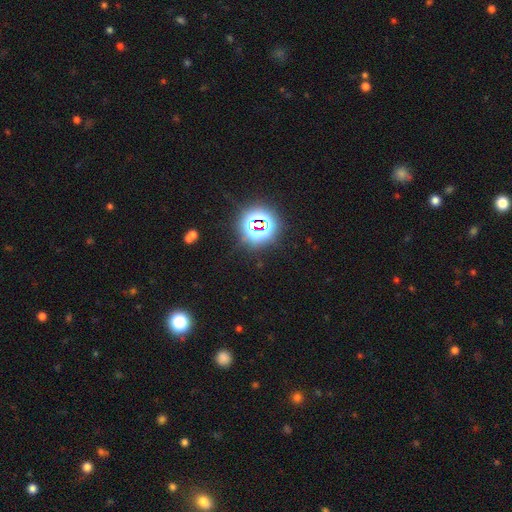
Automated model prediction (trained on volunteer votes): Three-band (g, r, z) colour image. It shows a star or artifact, not a galaxy (78%).